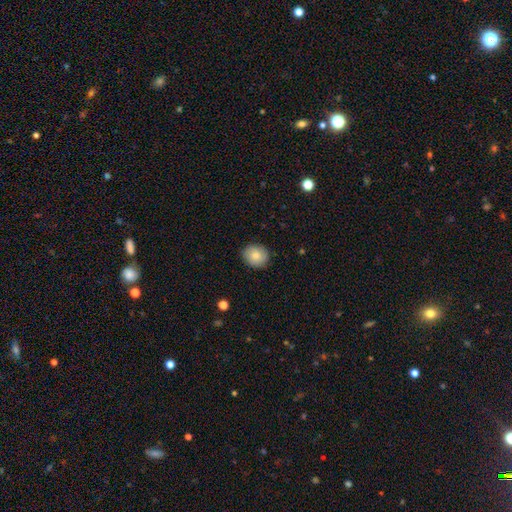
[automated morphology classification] Smooth or featured: smooth — 82% (featured or disk — 10%)
How rounded: round — 71% (in between — 28%)
Merging: none — 88% (minor disturbance — 9%)